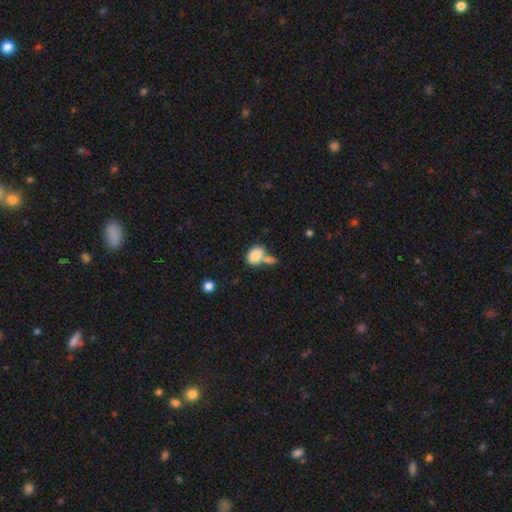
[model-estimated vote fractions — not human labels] A smooth galaxy with no disk features (81%) that is in between round and cigar-shaped (73%).

Vote fractions:
- Smooth or featured? smooth: 81% / featured or disk: 11% / star or artifact: 8%
- How rounded? in between: 73% / round: 26% / cigar-shaped: 1%
- Merging? merger: 42% / none: 39% / minor disturbance: 14% / major disturbance: 5%